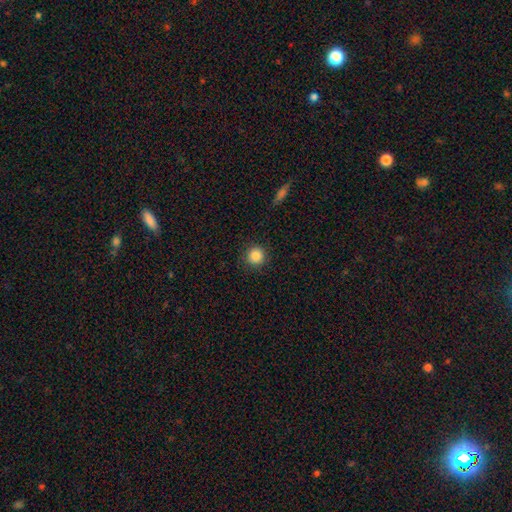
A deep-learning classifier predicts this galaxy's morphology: Q: Smooth or featured?
A: smooth (86%); runner-up: star or artifact (10%)
Q: How rounded?
A: round (94%); runner-up: in between (5%)
Q: Merging?
A: none (90%); runner-up: minor disturbance (7%)